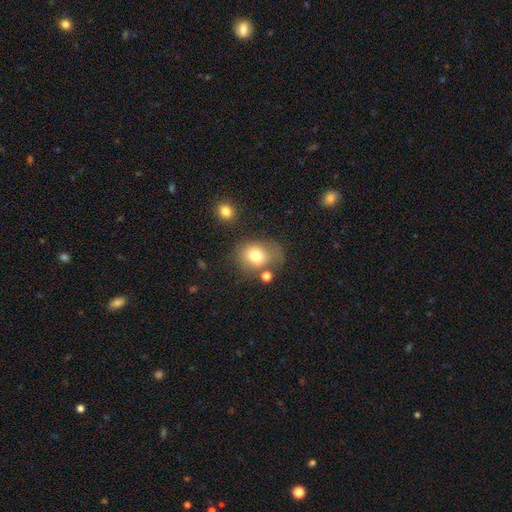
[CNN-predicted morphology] Overall: smooth (74%). How rounded: round (55%; in between 45%). Merging: none (51%; minor disturbance 24%).